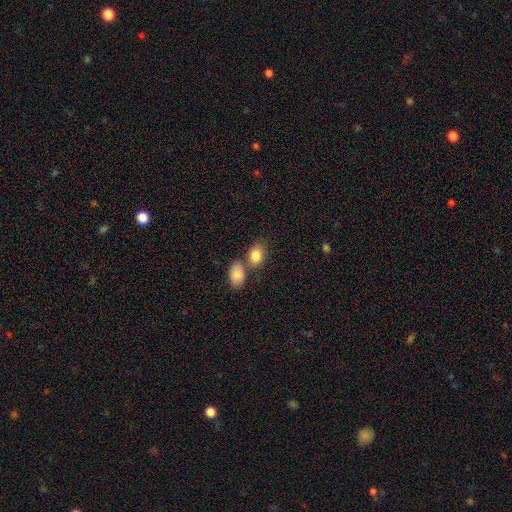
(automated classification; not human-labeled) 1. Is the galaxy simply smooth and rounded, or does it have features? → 84% smooth, 8% featured or disk, 7% star or artifact.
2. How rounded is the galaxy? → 76% in between, 23% round, 1% cigar-shaped.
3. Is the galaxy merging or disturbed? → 46% none, 38% merger, 11% minor disturbance, 4% major disturbance.